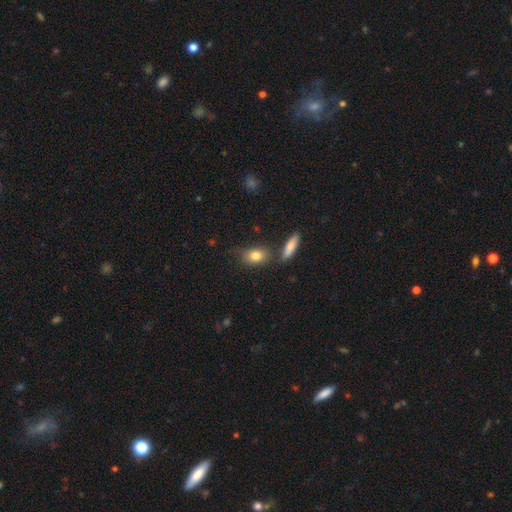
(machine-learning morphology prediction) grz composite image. It shows a smooth galaxy with no disk features (80%) that is in between round and cigar-shaped (75%). Merging: none (64%).